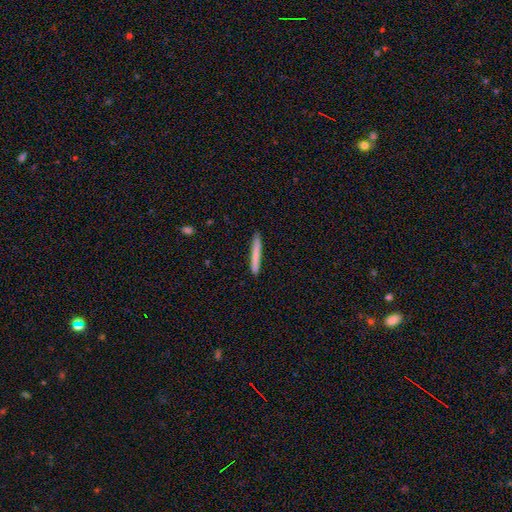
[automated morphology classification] Overall: smooth (76%). How rounded: cigar-shaped (97%). Merging: none (91%).